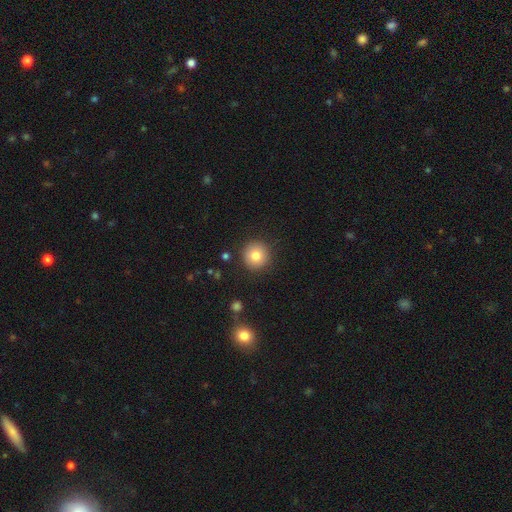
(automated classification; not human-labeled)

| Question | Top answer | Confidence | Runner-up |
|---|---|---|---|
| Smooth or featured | smooth | 81% | star or artifact (10%) |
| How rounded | round | 93% | in between (6%) |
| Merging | none | 89% | minor disturbance (7%) |